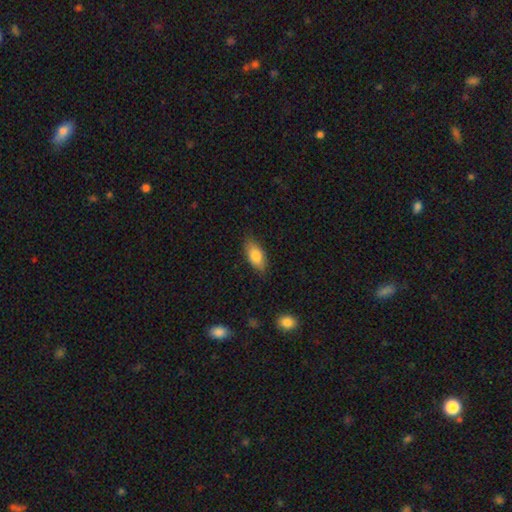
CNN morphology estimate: type=smooth (81%); roundness=in between (88%); merging=none (82%).